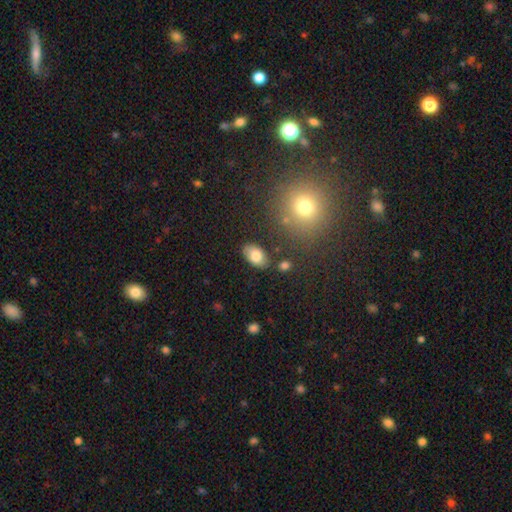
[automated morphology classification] Overall: smooth (81%). How rounded: in between (91%). Merging: none (83%).